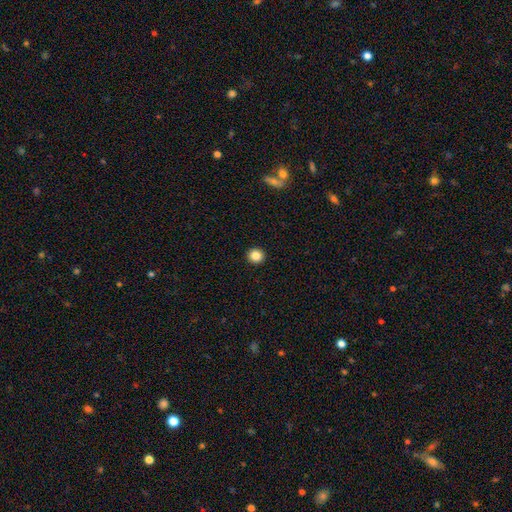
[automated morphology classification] Smooth or featured: smooth — 85% (star or artifact — 10%)
How rounded: round — 92% (in between — 7%)
Merging: none — 94% (minor disturbance — 4%)